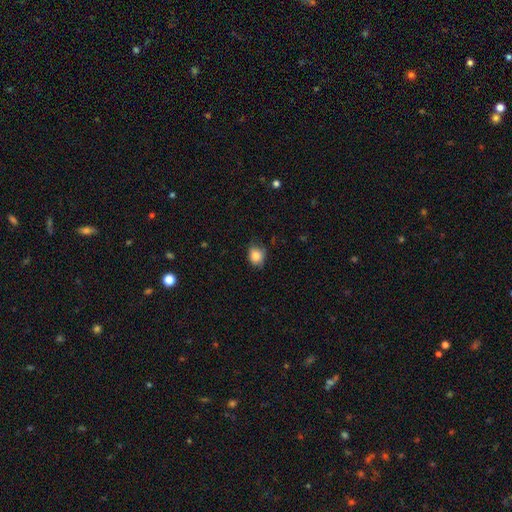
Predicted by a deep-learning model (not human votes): Smooth or featured?
  - smooth: 85% *
  - star or artifact: 9%
  - featured or disk: 7%
How rounded?
  - round: 57% *
  - in between: 42%
  - cigar-shaped: 1%
Merging?
  - none: 66% *
  - minor disturbance: 28%
  - major disturbance: 5%
  - merger: 1%